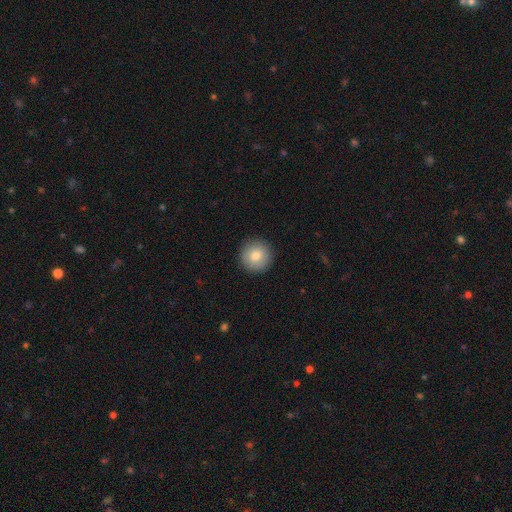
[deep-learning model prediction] Morphology: type=smooth (82%); roundness=round (96%); merging=none (92%).